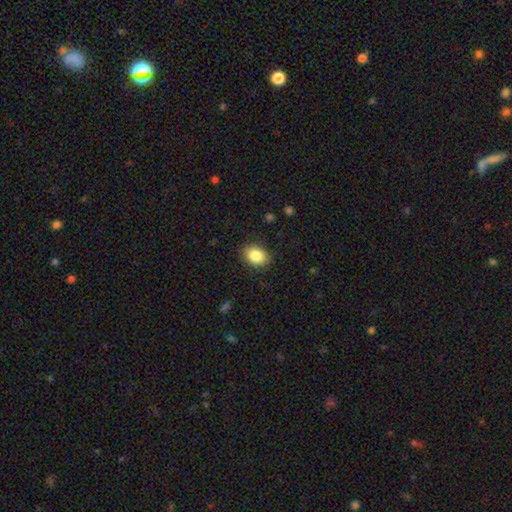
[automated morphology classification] smooth 86%, star or artifact 8%, featured or disk 6%. Down the decision tree: how rounded — in between (70%); merging — none (87%).